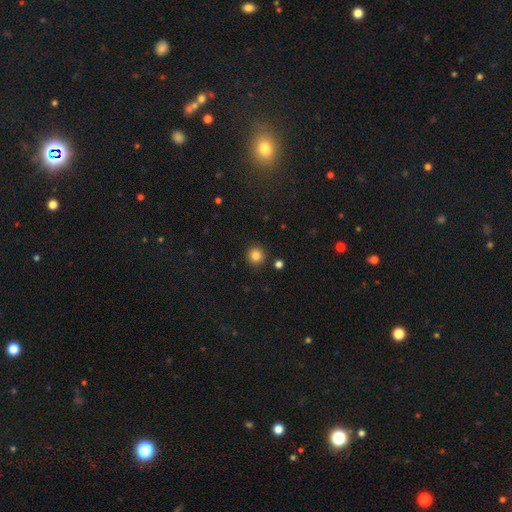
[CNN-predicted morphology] Smooth or featured? Predicted: smooth (p=0.84). How rounded? Predicted: round (p=0.94). Merging? Predicted: none (p=0.90).